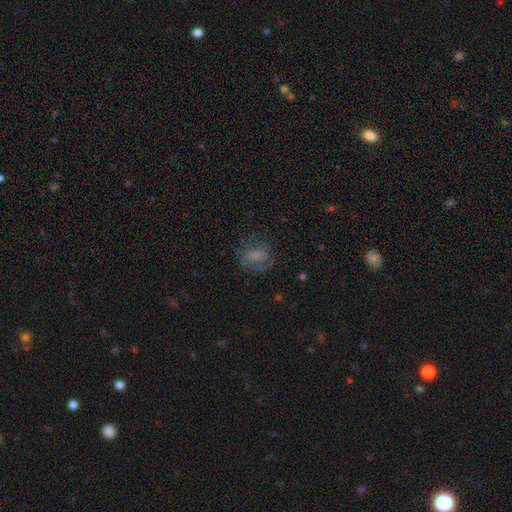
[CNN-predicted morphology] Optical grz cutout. It shows a smooth galaxy with no disk features (57%) that is in between round and cigar-shaped (56%). Merging: none (57%).